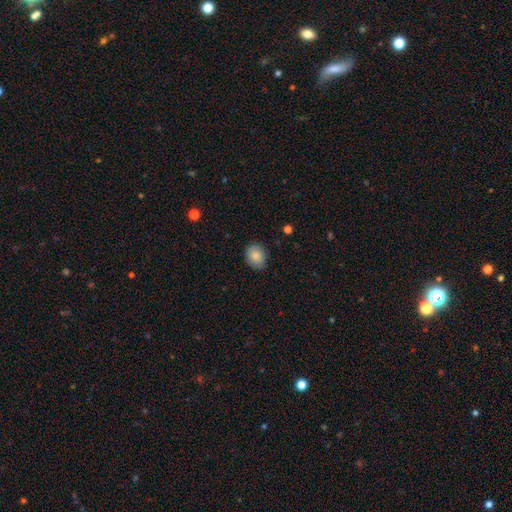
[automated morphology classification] A smooth galaxy with no disk features (86%) that is in between round and cigar-shaped (52%).

Vote fractions:
- Smooth or featured? smooth: 86% / star or artifact: 8% / featured or disk: 6%
- How rounded? in between: 52% / round: 47% / cigar-shaped: 1%
- Merging? none: 86% / minor disturbance: 11% / major disturbance: 2% / merger: 1%